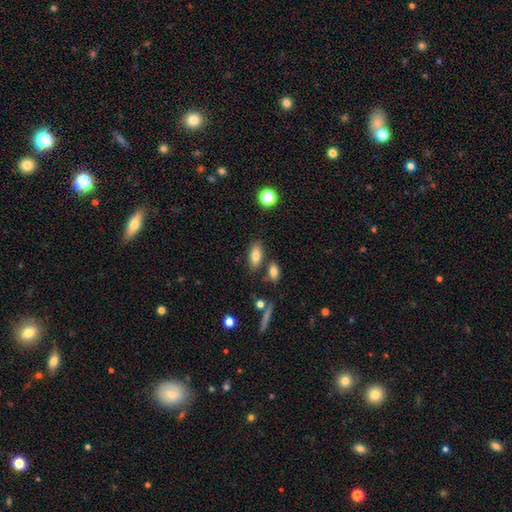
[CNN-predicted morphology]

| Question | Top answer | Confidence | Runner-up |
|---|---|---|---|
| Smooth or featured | smooth | 79% | featured or disk (12%) |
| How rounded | in between | 84% | cigar-shaped (11%) |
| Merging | none | 74% | minor disturbance (12%) |